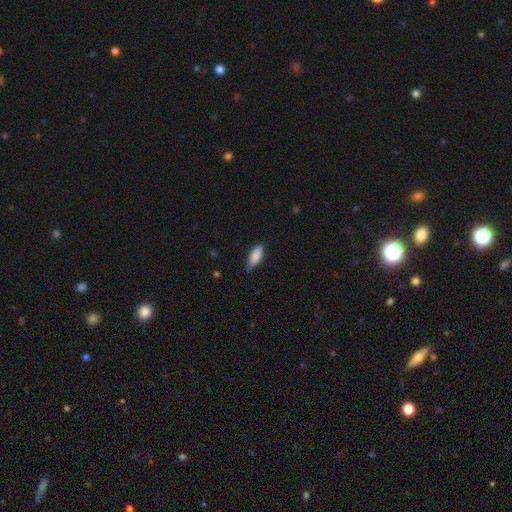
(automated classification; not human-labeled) smooth 85%, featured or disk 9%, star or artifact 6%. Down the decision tree: how rounded — in between (68%); merging — none (73%).